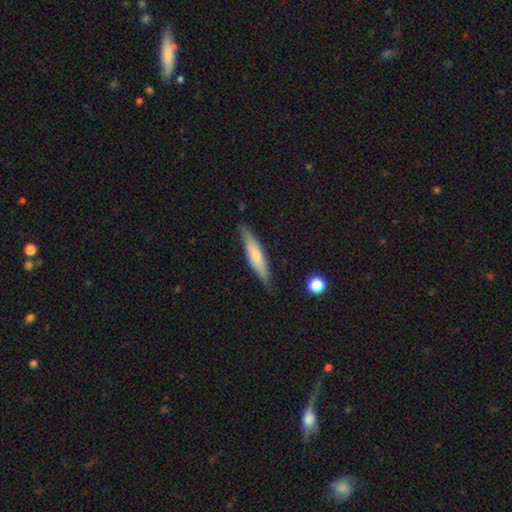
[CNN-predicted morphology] The model was most divided on "smooth or featured": smooth: 63%, featured or disk: 31%, star or artifact: 6%. More confident: how rounded — cigar-shaped (84%); merging — none (83%).